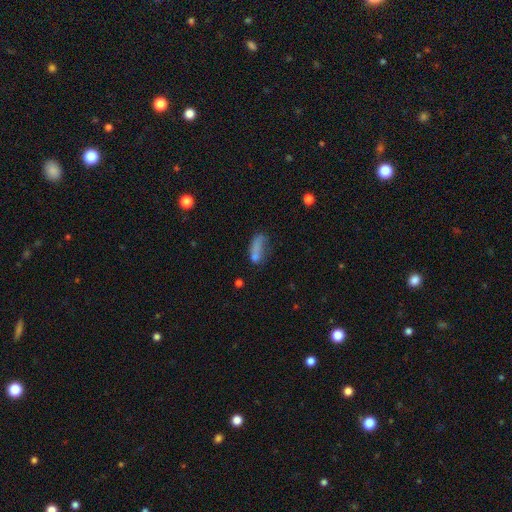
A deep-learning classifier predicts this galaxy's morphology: A smooth galaxy with no disk features (67%) that is in between round and cigar-shaped (70%).

Vote fractions:
- Smooth or featured? smooth: 67% / featured or disk: 20% / star or artifact: 14%
- How rounded? in between: 70% / cigar-shaped: 25% / round: 5%
- Merging? none: 34% / major disturbance: 28% / minor disturbance: 23% / merger: 15%